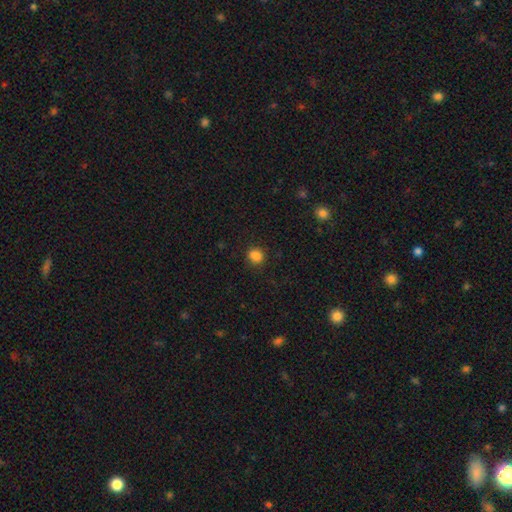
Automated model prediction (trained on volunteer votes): Q: Smooth or featured?
A: smooth (84%); runner-up: star or artifact (13%)
Q: How rounded?
A: round (72%); runner-up: in between (27%)
Q: Merging?
A: none (81%); runner-up: minor disturbance (13%)